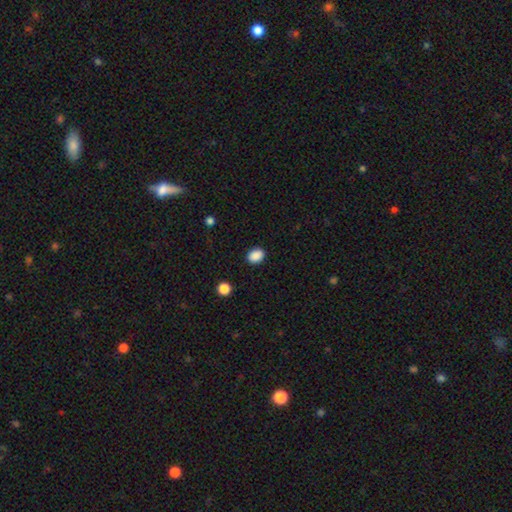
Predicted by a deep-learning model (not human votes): Smooth or featured?
  - smooth: 89% *
  - star or artifact: 9%
  - featured or disk: 3%
How rounded?
  - in between: 65% *
  - round: 34%
  - cigar-shaped: 1%
Merging?
  - none: 89% *
  - minor disturbance: 8%
  - major disturbance: 2%
  - merger: 1%